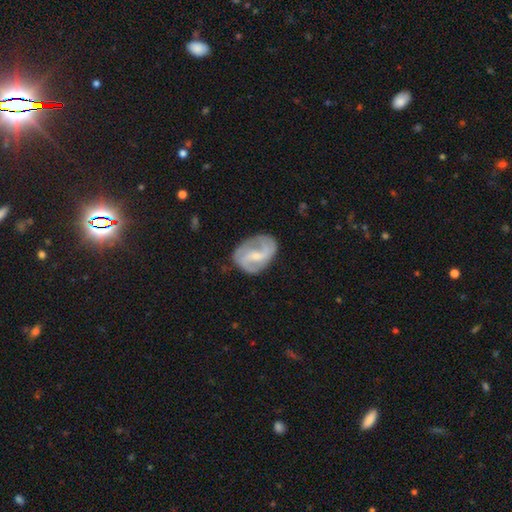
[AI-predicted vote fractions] A featured or disk galaxy (78%) with a weak bar (50%), 2 (78%) medium (46%) spiral arms (91%) and a small central bulge (55%). Merging: none (69%).